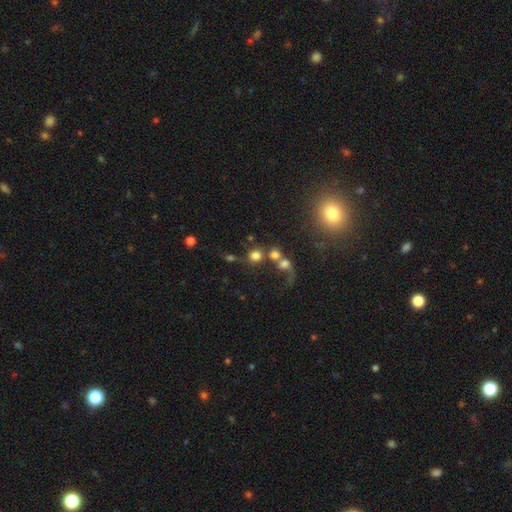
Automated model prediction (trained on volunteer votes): Morphology: type=smooth (73%); roundness=round (87%); merging=none (48%).